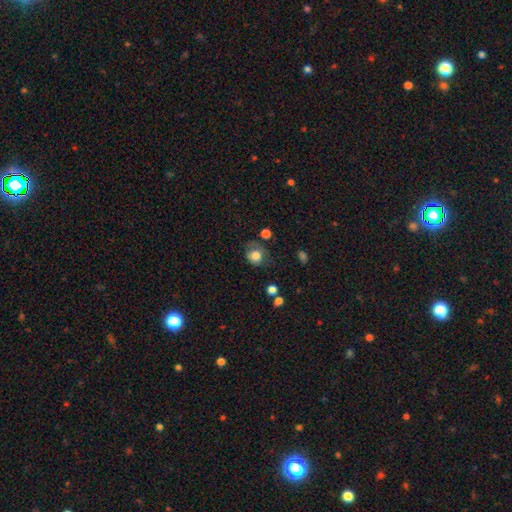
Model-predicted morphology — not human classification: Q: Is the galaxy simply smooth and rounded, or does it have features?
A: smooth — 77%.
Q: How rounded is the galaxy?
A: round — 66%.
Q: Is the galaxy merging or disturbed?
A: none — 50%.